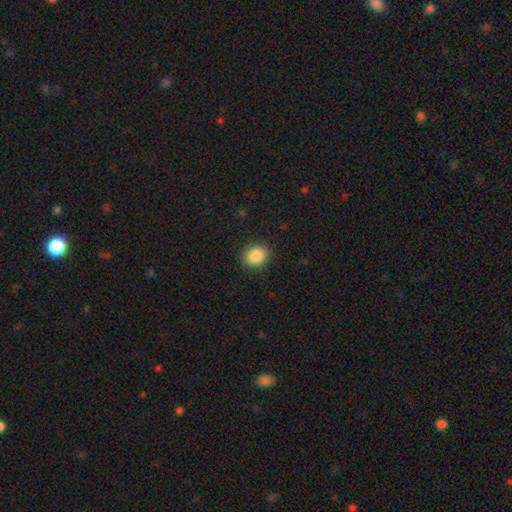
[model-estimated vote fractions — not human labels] Smooth or featured? smooth (87%)
How rounded? round (73%)
Merging? none (90%)